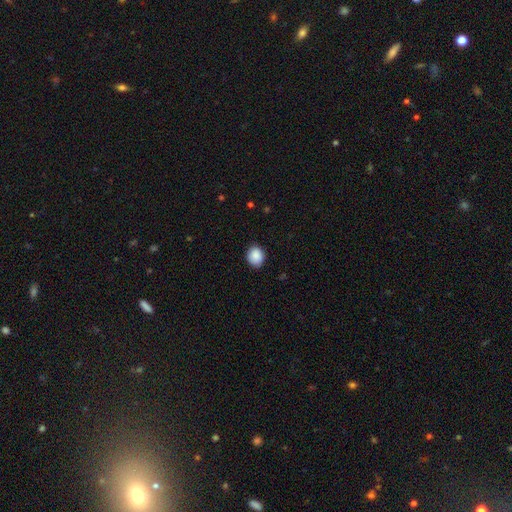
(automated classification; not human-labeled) Smooth or featured? Predicted: smooth (p=0.89). How rounded? Predicted: round (p=0.63). Merging? Predicted: none (p=0.86).